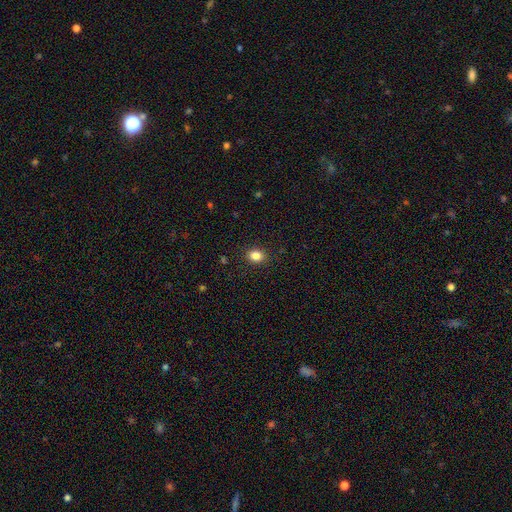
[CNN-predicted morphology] smooth 85%, star or artifact 11%, featured or disk 5%. Down the decision tree: how rounded — round (51%); merging — none (90%).